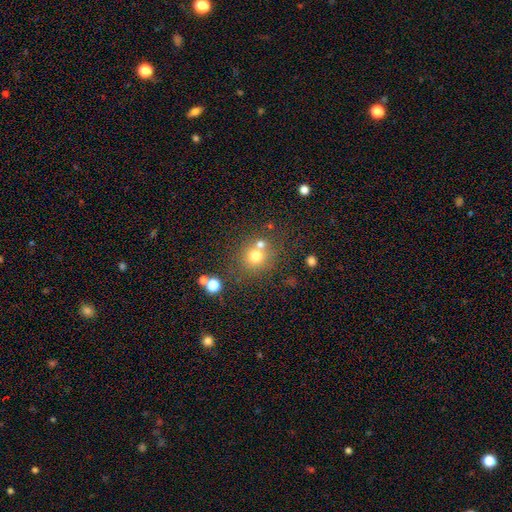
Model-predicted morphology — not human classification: Q: Smooth or featured?
A: smooth (71%); runner-up: star or artifact (16%)
Q: How rounded?
A: round (87%); runner-up: in between (12%)
Q: Merging?
A: none (62%); runner-up: merger (23%)